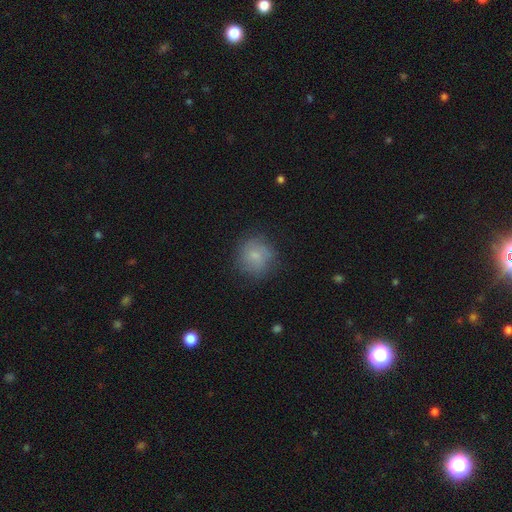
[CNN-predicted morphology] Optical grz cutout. It shows a smooth galaxy with no disk features (73%) that is round (90%). Merging: none (75%).